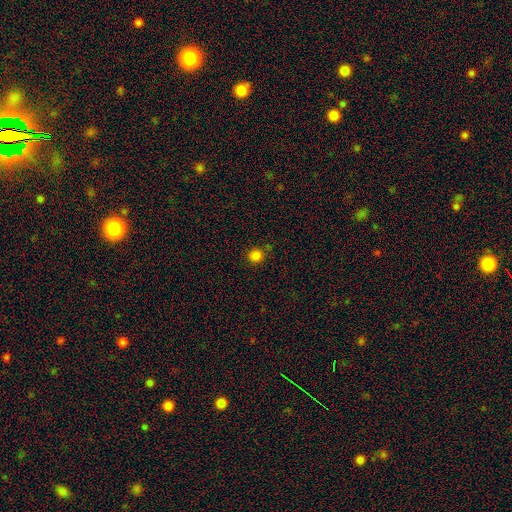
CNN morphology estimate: Smooth or featured: smooth — 82% (star or artifact — 15%)
How rounded: round — 91% (in between — 8%)
Merging: none — 83% (minor disturbance — 11%)